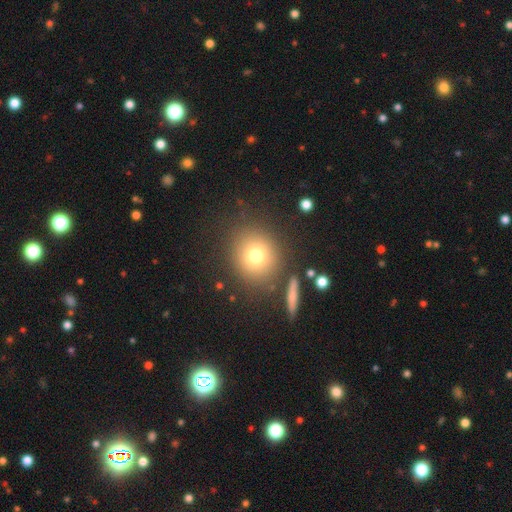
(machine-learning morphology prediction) Smooth or featured? Predicted: smooth (p=0.74). How rounded? Predicted: round (p=0.86). Merging? Predicted: none (p=0.81).